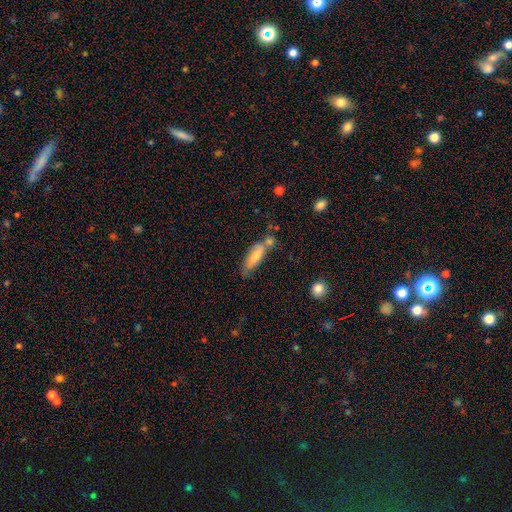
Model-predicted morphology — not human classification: This is likely a smooth galaxy (64%). How rounded: possibly cigar-shaped (57%). Merging: possibly none (53%).